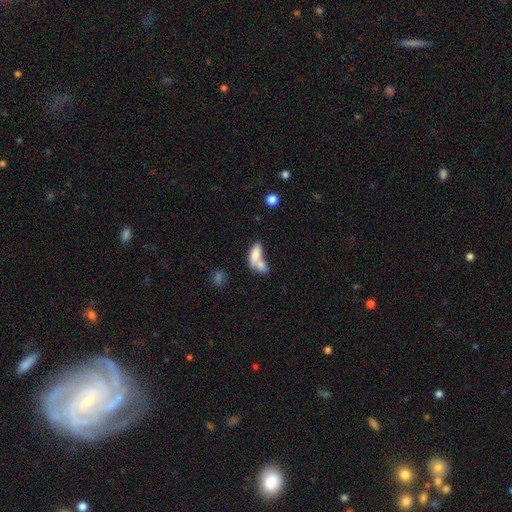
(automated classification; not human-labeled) Smooth or featured: smooth — 75% (featured or disk — 17%)
How rounded: in between — 81% (cigar-shaped — 15%)
Merging: merger — 65% (none — 21%)